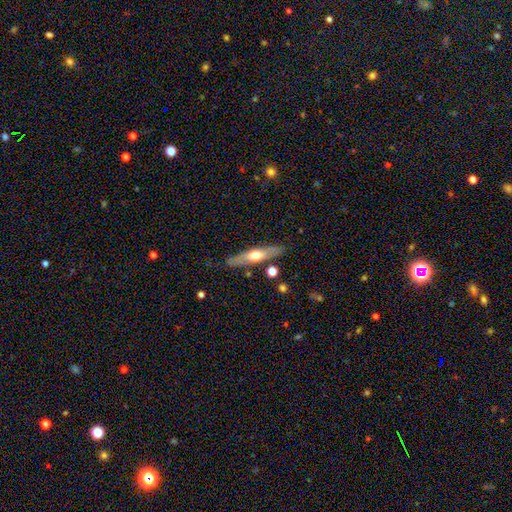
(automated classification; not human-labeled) Q: Smooth or featured?
A: featured or disk (51%); runner-up: smooth (43%)
Q: Edge-on disk?
A: yes (83%); runner-up: no (17%)
Q: Merging?
A: none (84%); runner-up: minor disturbance (11%)